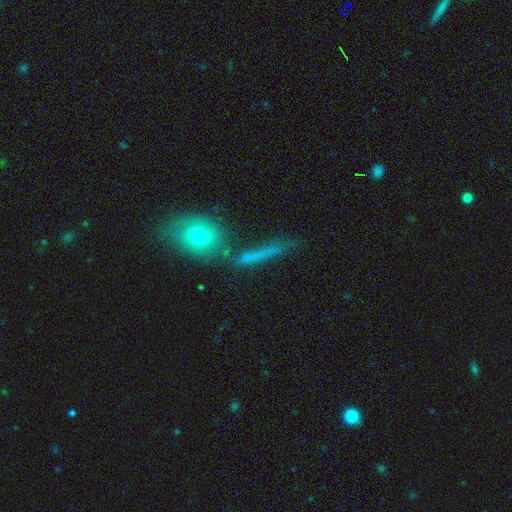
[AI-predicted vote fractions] Smooth or featured? Predicted: smooth (p=0.54). How rounded? Predicted: cigar-shaped (p=0.71). Merging? Predicted: none (p=0.57).